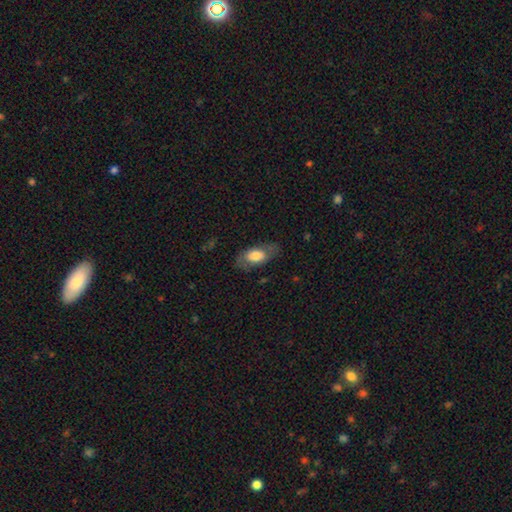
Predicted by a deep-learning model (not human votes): Smooth or featured? smooth (66%)
How rounded? in between (90%)
Merging? none (72%)